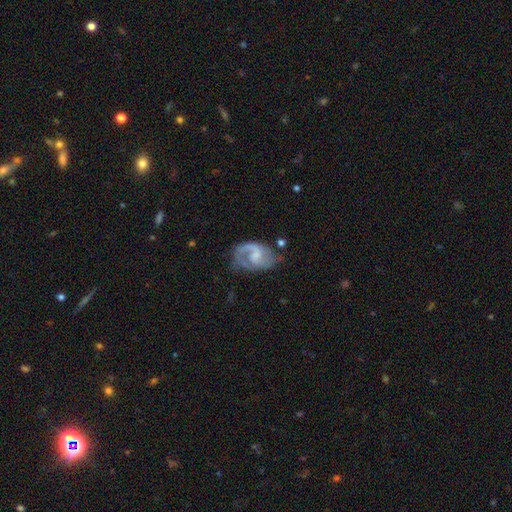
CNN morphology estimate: Smooth or featured? featured or disk (78%)
Edge-on disk? no (97%)
Bar? weak (50%)
Spiral arms? yes (90%)
Spiral winding? medium (48%)
Spiral arm count? 2 (67%)
Bulge size? small (40%)
Merging? none (54%)